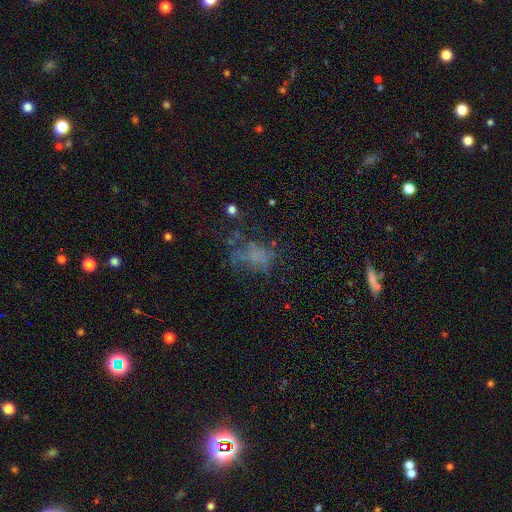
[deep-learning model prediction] Smooth or featured: smooth — 43% (featured or disk — 33%)
Merging: none — 42% (major disturbance — 33%)